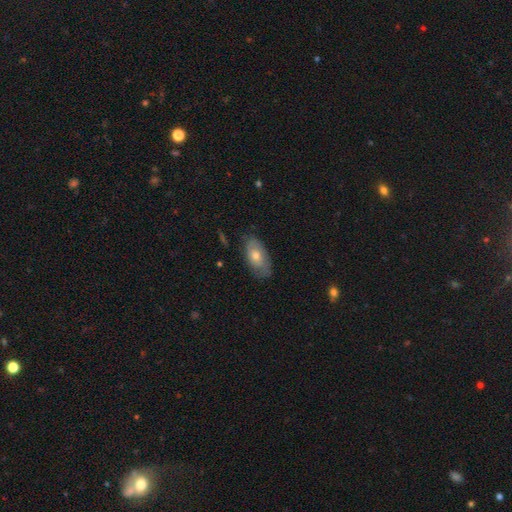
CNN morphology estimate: Smooth or featured? Predicted: smooth (p=0.55). How rounded? Predicted: in between (p=0.91). Merging? Predicted: none (p=0.75).